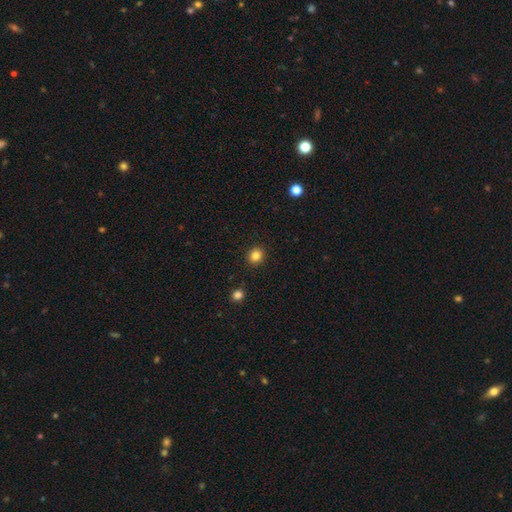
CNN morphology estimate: Smooth or featured?
  - smooth: 84% *
  - star or artifact: 12%
  - featured or disk: 4%
How rounded?
  - round: 85% *
  - in between: 14%
  - cigar-shaped: 1%
Merging?
  - none: 92% *
  - minor disturbance: 5%
  - major disturbance: 2%
  - merger: 1%